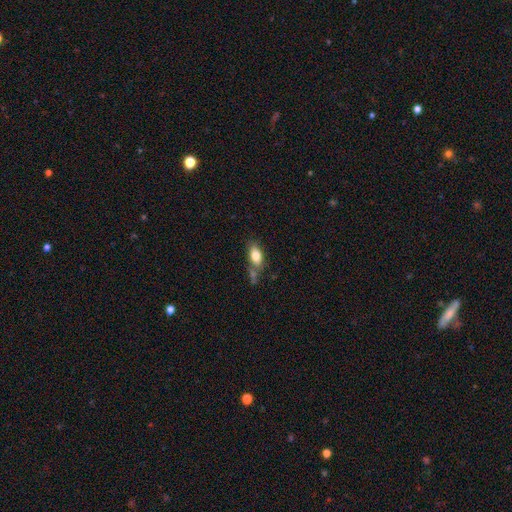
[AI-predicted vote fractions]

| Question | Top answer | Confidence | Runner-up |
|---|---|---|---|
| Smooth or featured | smooth | 78% | featured or disk (14%) |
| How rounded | in between | 85% | round (8%) |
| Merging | none | 50% | minor disturbance (22%) |